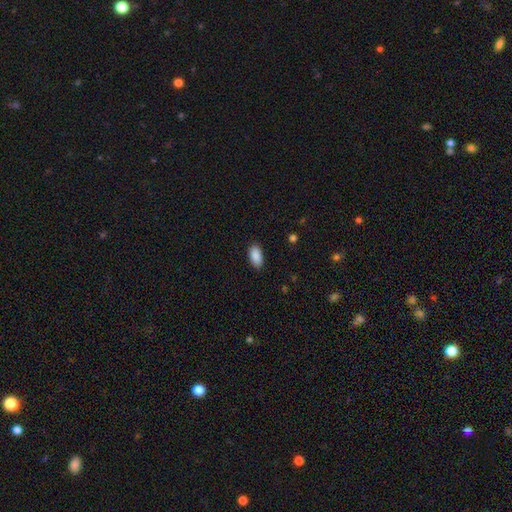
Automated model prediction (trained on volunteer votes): Overall: smooth (90%). How rounded: in between (93%). Merging: none (87%).